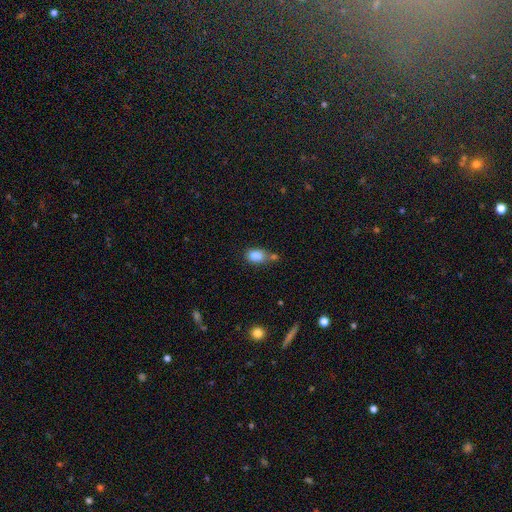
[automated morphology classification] Smooth or featured? smooth (84%)
How rounded? in between (75%)
Merging? none (43%)